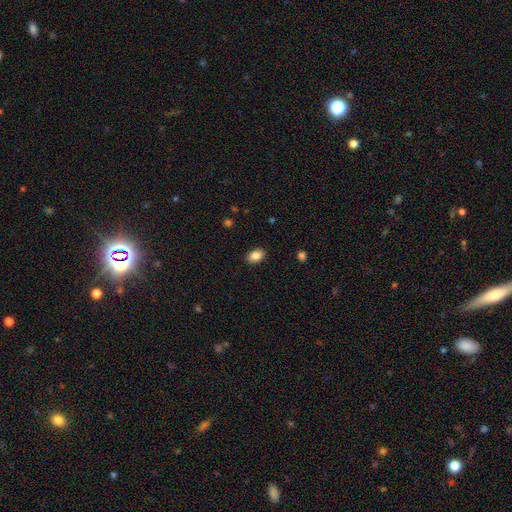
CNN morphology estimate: type=smooth (87%); roundness=in between (86%); merging=none (89%).